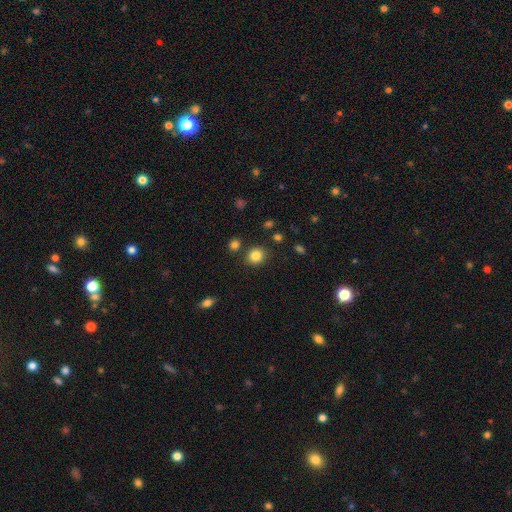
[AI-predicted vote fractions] A smooth galaxy with no disk features (84%) that is round (83%). Merging: none (84%).